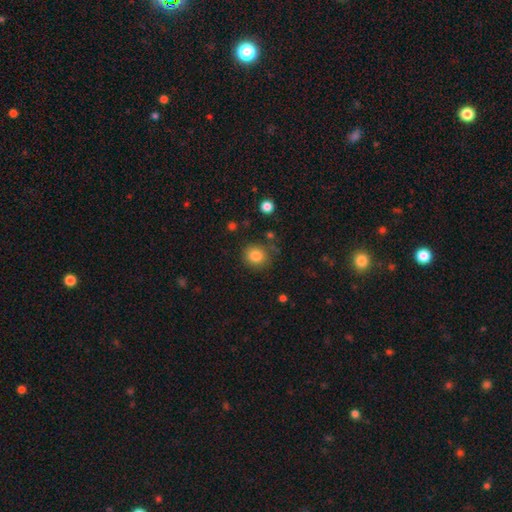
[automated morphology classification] This is clearly a smooth galaxy (83%). How rounded: clearly round (87%). Merging: clearly none (82%).